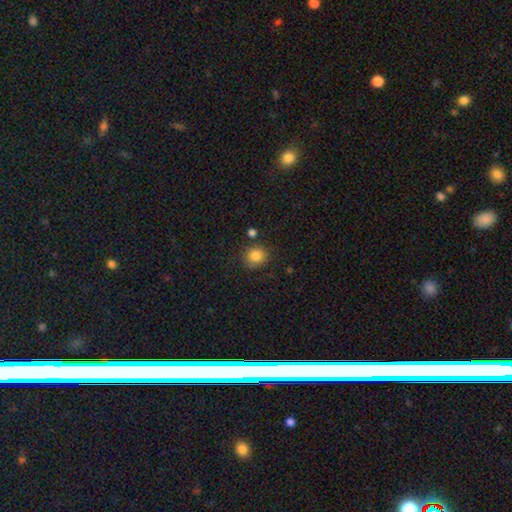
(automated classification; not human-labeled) Overall: smooth (84%). How rounded: round (79%). Merging: none (77%).